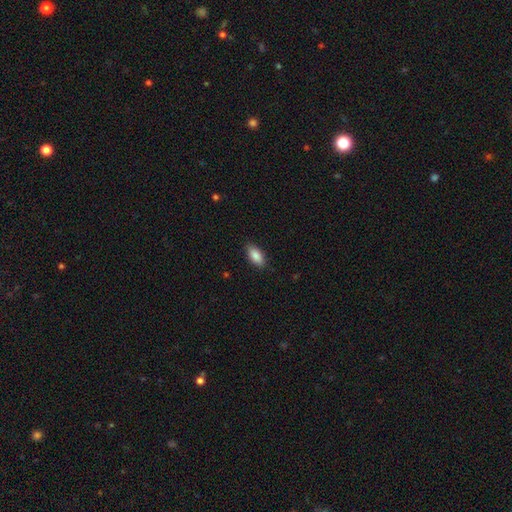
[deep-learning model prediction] smooth-or-featured: smooth: 87% | star or artifact: 7% | featured or disk: 6%
  how-rounded: in between: 90% | cigar-shaped: 7% | round: 3%
  merging: none: 88% | minor disturbance: 9% | major disturbance: 2% | merger: 1%